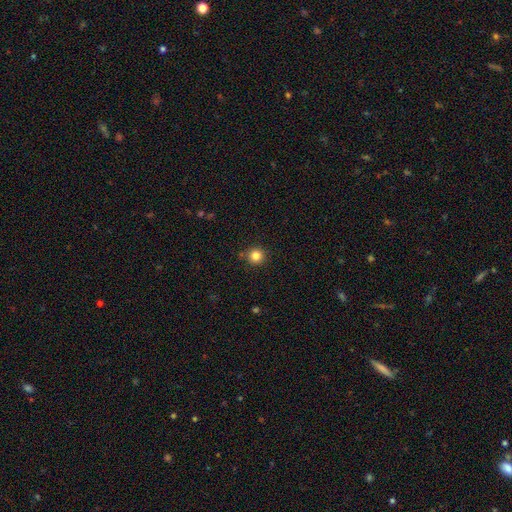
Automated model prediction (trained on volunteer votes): Smooth or featured: smooth — 83% (star or artifact — 12%)
How rounded: round — 94% (in between — 5%)
Merging: none — 89% (minor disturbance — 7%)